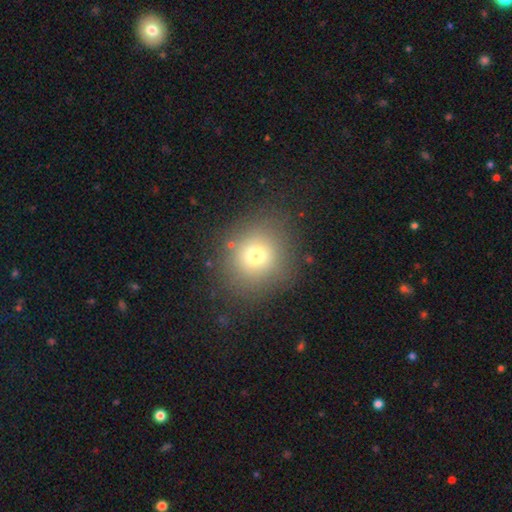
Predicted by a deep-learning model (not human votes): Smooth or featured? Predicted: smooth (p=0.71). How rounded? Predicted: round (p=0.84). Merging? Predicted: none (p=0.84).